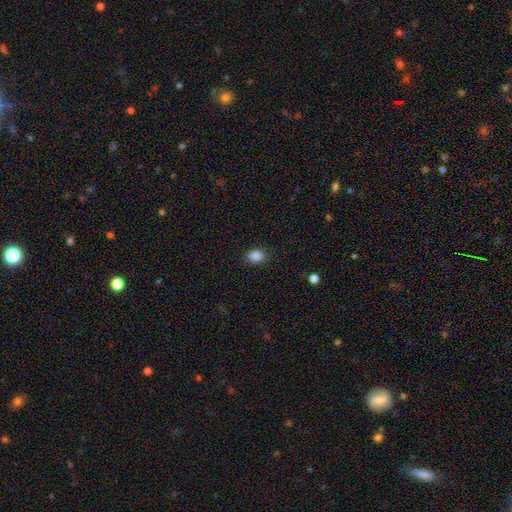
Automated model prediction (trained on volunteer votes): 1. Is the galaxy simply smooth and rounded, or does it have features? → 86% smooth, 10% star or artifact, 4% featured or disk.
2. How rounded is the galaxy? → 57% in between, 42% round, 1% cigar-shaped.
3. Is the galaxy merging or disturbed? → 87% none, 9% minor disturbance, 2% major disturbance, 1% merger.